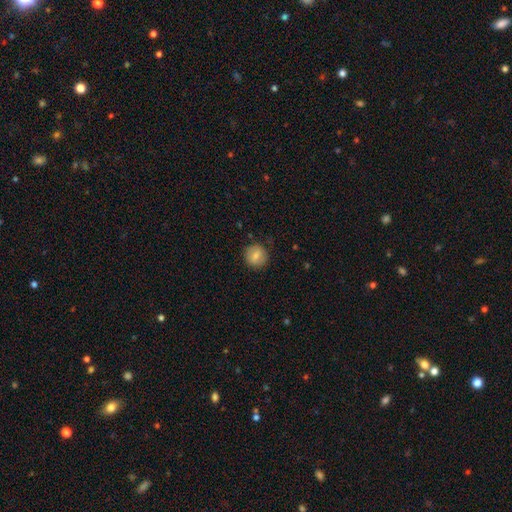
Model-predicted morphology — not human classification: Q: Smooth or featured?
A: smooth (78%); runner-up: featured or disk (14%)
Q: How rounded?
A: round (90%); runner-up: in between (9%)
Q: Merging?
A: none (87%); runner-up: minor disturbance (9%)